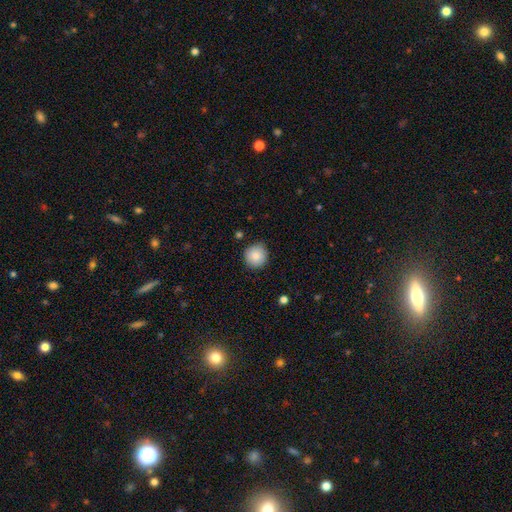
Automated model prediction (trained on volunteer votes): Q: Smooth or featured?
A: smooth (87%); runner-up: star or artifact (8%)
Q: How rounded?
A: round (94%); runner-up: in between (6%)
Q: Merging?
A: none (86%); runner-up: minor disturbance (11%)